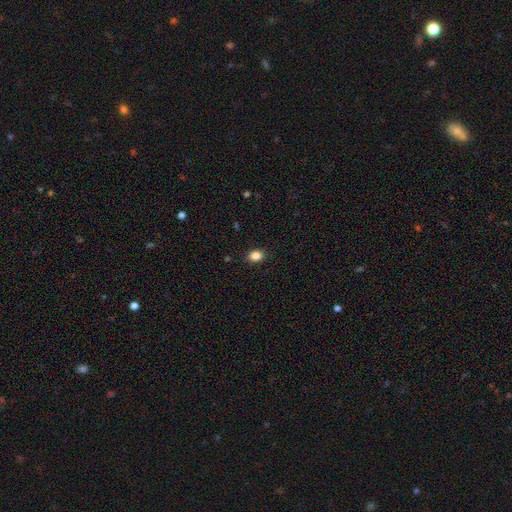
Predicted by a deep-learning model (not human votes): Smooth or featured? smooth (85%)
How rounded? in between (67%)
Merging? none (89%)